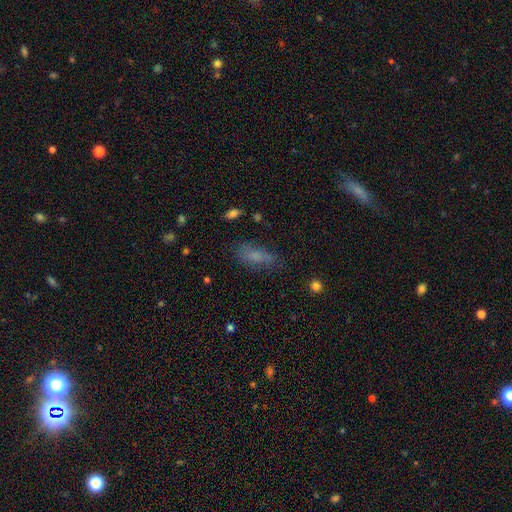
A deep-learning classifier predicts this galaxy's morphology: smooth 68%, featured or disk 18%, star or artifact 15%. Down the decision tree: how rounded — in between (76%); merging — none (62%).